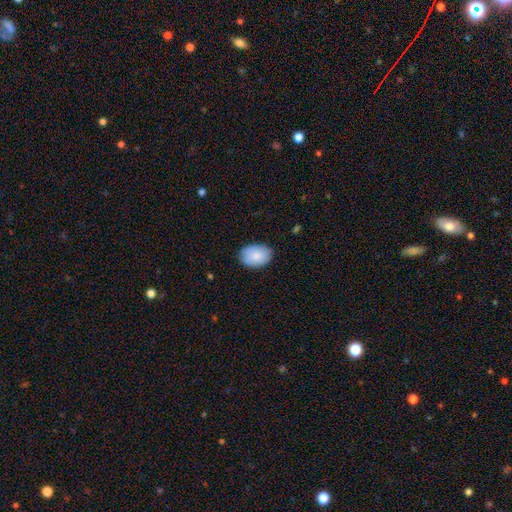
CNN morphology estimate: Smooth or featured?
  - smooth: 84% *
  - featured or disk: 10%
  - star or artifact: 6%
How rounded?
  - in between: 82% *
  - round: 17%
  - cigar-shaped: 1%
Merging?
  - none: 82% *
  - minor disturbance: 15%
  - major disturbance: 3%
  - merger: 1%